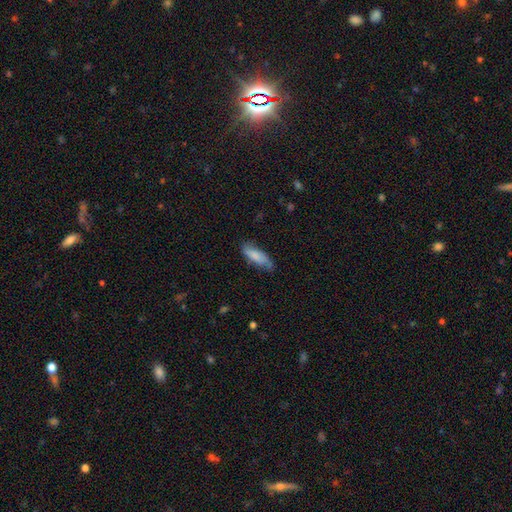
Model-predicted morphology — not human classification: A smooth galaxy with no disk features (78%) that is in between round and cigar-shaped (60%).

Vote fractions:
- Smooth or featured? smooth: 78% / featured or disk: 15% / star or artifact: 6%
- How rounded? in between: 60% / cigar-shaped: 38% / round: 2%
- Merging? none: 64% / minor disturbance: 28% / major disturbance: 6% / merger: 2%